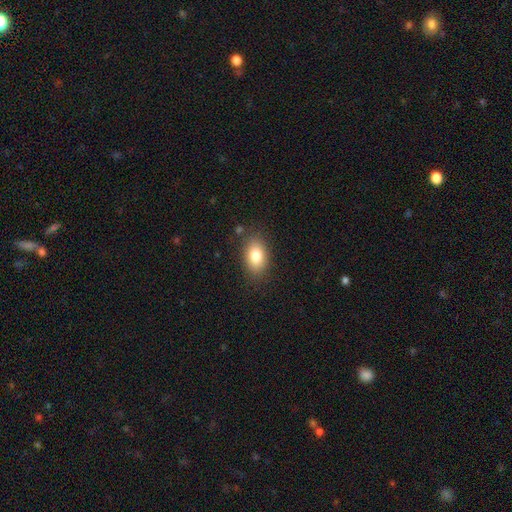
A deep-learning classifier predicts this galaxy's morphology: smooth_or_featured: smooth (p=0.82) [alt: featured or disk p=0.10]
how_rounded: in between (p=0.87) [alt: round p=0.11]
merging: none (p=0.84) [alt: minor disturbance p=0.11]